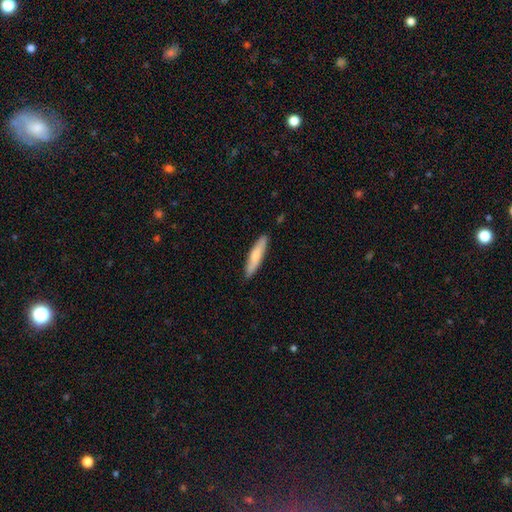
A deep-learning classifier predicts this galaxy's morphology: A smooth galaxy with no disk features (72%) that is cigar-shaped (84%). Merging: none (89%).